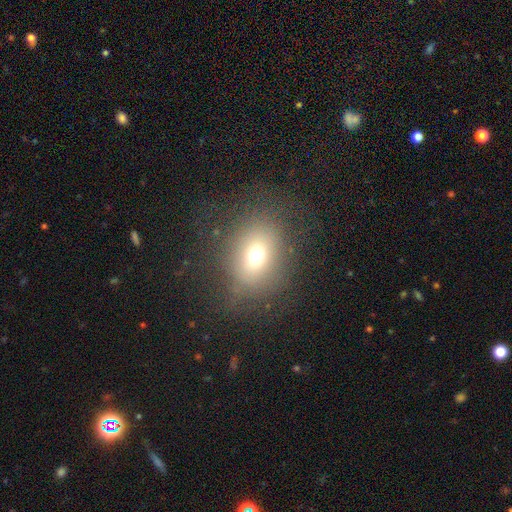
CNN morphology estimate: Smooth or featured: smooth — 67% (star or artifact — 18%)
How rounded: round — 51% (in between — 48%)
Merging: none — 72% (minor disturbance — 15%)